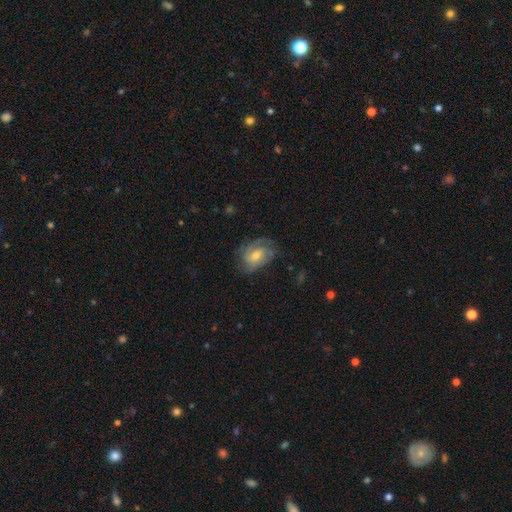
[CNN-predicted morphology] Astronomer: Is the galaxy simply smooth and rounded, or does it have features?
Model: featured or disk — 72%.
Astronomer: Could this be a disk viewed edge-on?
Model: no — 97%.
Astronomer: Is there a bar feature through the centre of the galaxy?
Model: no — 48% (runner-up: weak, 43%).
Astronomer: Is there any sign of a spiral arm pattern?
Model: yes — 92%.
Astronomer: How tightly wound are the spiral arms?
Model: tight — 48% (runner-up: medium, 39%).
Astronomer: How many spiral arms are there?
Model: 2 — 33% (runner-up: can't tell, 27%).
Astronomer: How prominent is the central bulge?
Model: moderate — 57% (runner-up: small, 37%).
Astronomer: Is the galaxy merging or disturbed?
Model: none — 68%.